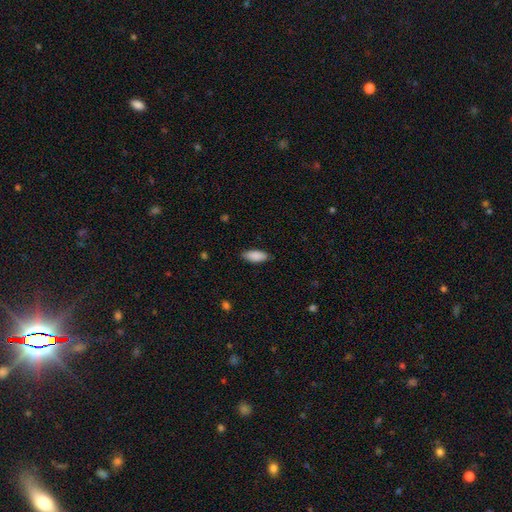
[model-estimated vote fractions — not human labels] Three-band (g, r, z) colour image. It shows a smooth galaxy with no disk features (89%) that is in between round and cigar-shaped (85%). Merging: none (84%).